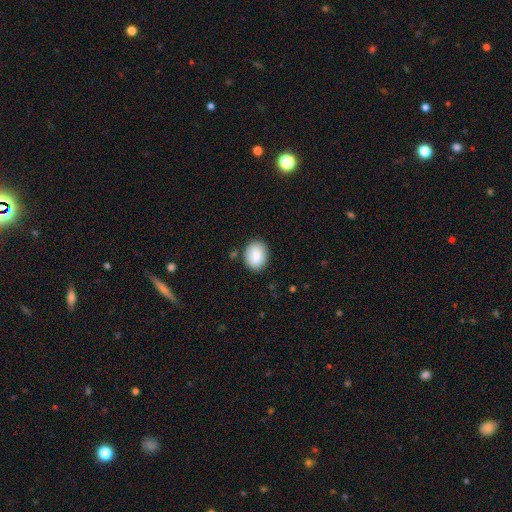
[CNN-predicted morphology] A smooth galaxy with no disk features (87%) that is in between round and cigar-shaped (57%).

Vote fractions:
- Smooth or featured? smooth: 87% / star or artifact: 7% / featured or disk: 6%
- How rounded? in between: 57% / round: 42% / cigar-shaped: 1%
- Merging? none: 83% / minor disturbance: 11% / major disturbance: 3% / merger: 2%